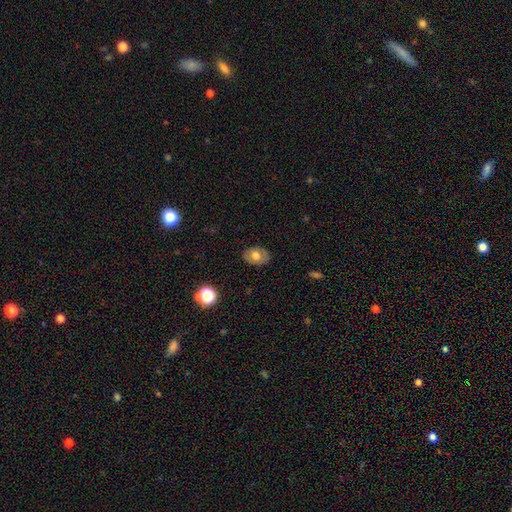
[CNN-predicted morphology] Q: Smooth or featured?
A: smooth (66%); runner-up: featured or disk (25%)
Q: How rounded?
A: in between (73%); runner-up: round (26%)
Q: Merging?
A: none (84%); runner-up: minor disturbance (12%)